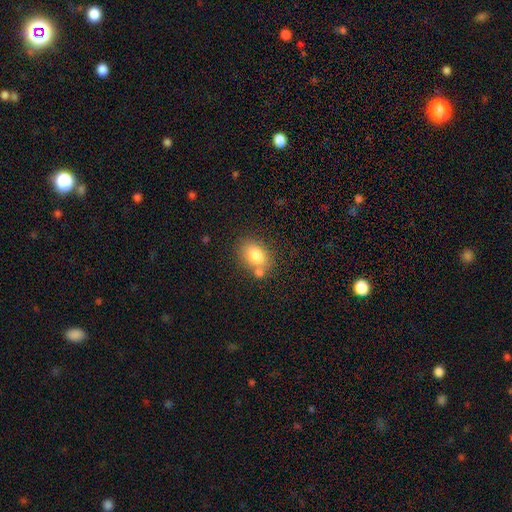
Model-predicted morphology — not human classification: A smooth galaxy with no disk features (80%) that is in between round and cigar-shaped (74%). Merging: none (62%).